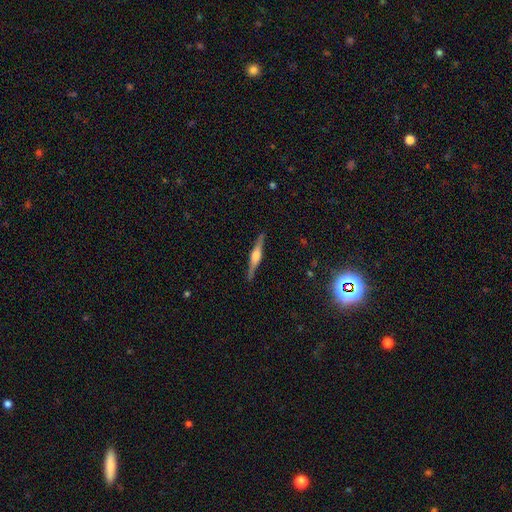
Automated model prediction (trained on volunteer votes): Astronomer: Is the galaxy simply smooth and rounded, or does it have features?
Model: featured or disk — 78%.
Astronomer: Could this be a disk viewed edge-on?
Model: yes — 98%.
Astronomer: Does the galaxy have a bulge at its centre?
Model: rounded — 88%.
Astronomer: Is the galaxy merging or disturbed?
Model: none — 91%.